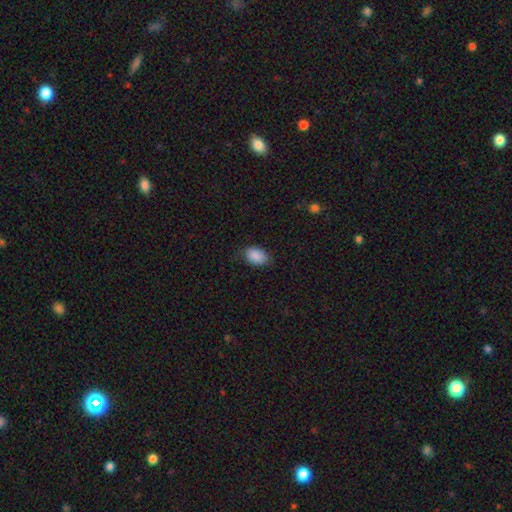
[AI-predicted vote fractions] Smooth or featured?
  - smooth: 89% *
  - star or artifact: 7%
  - featured or disk: 4%
How rounded?
  - in between: 86% *
  - round: 13%
  - cigar-shaped: 1%
Merging?
  - none: 78% *
  - minor disturbance: 17%
  - major disturbance: 4%
  - merger: 1%